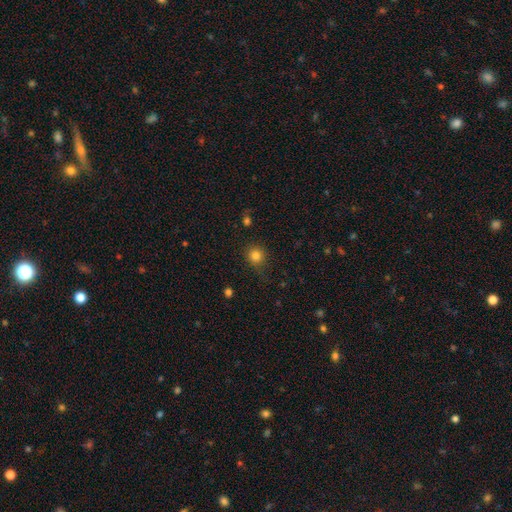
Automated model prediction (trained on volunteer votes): smooth-or-featured: smooth: 81% | star or artifact: 13% | featured or disk: 5%
  how-rounded: round: 89% | in between: 10% | cigar-shaped: 1%
  merging: none: 79% | minor disturbance: 15% | major disturbance: 4% | merger: 2%